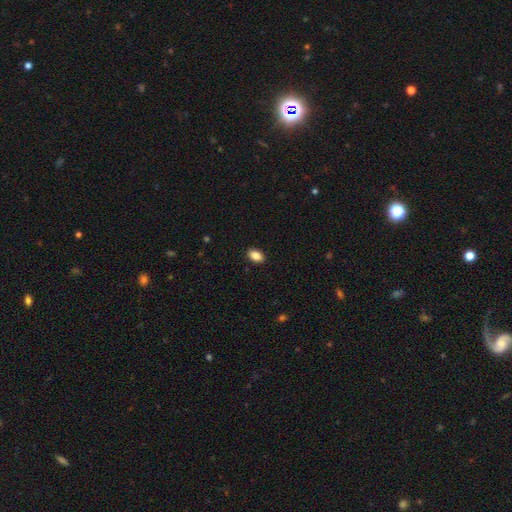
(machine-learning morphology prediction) Smooth or featured: smooth — 88% (star or artifact — 8%)
How rounded: in between — 88% (round — 10%)
Merging: none — 90% (minor disturbance — 7%)